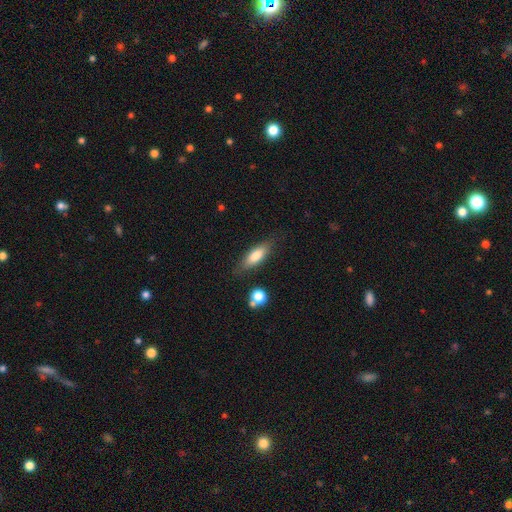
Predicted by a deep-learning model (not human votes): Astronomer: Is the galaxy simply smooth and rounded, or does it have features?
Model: smooth — 75%.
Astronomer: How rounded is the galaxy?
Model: in between — 56% (runner-up: cigar-shaped, 41%).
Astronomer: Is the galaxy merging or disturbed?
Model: none — 78%.